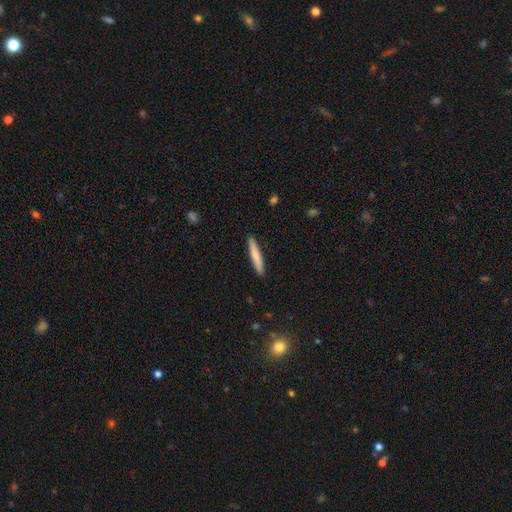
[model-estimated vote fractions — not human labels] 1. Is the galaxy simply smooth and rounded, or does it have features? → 74% smooth, 21% featured or disk, 5% star or artifact.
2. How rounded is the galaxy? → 94% cigar-shaped, 5% in between, 1% round.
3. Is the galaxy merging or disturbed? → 91% none, 6% minor disturbance, 1% major disturbance, 1% merger.